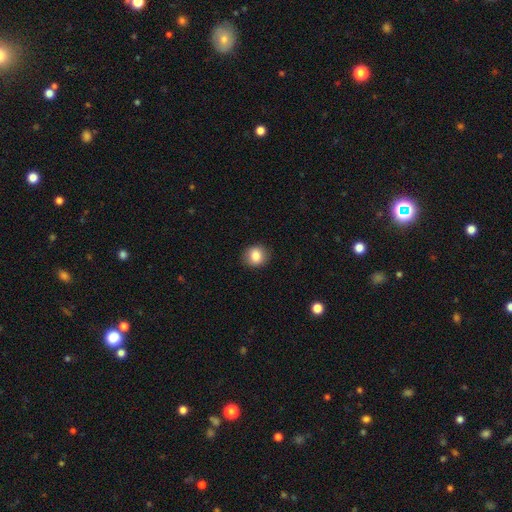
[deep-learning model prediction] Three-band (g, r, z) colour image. It shows a smooth galaxy with no disk features (83%) that is round (77%). Merging: none (89%).